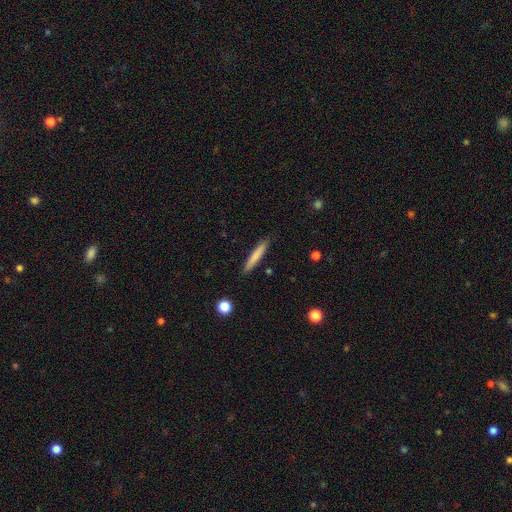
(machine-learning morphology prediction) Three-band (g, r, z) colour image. It shows a smooth galaxy with no disk features (77%) that is cigar-shaped (95%). Merging: none (89%).